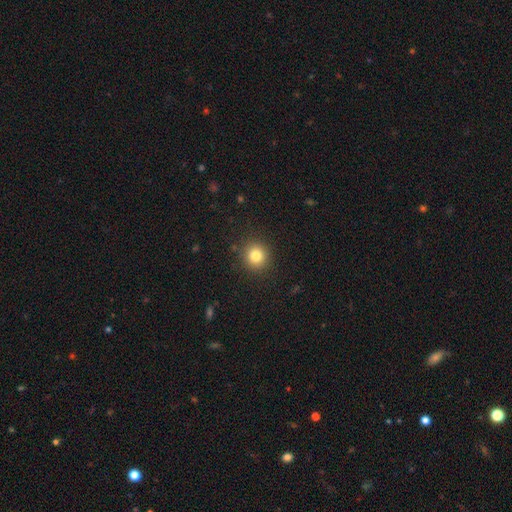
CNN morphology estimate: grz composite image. It shows a smooth galaxy with no disk features (82%) that is round (92%). Merging: none (90%).